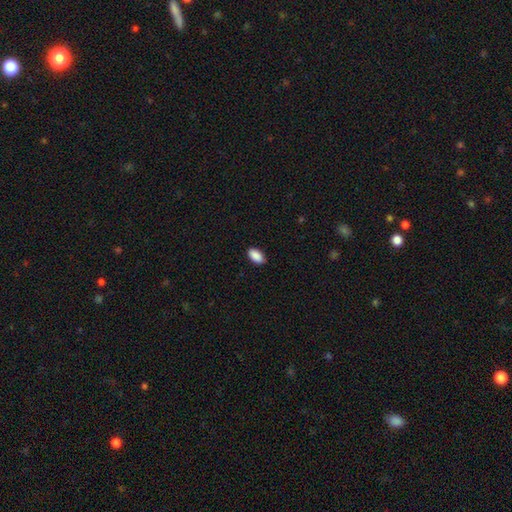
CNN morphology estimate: Q: Smooth or featured?
A: smooth (90%); runner-up: star or artifact (7%)
Q: How rounded?
A: in between (93%); runner-up: round (4%)
Q: Merging?
A: none (88%); runner-up: minor disturbance (9%)